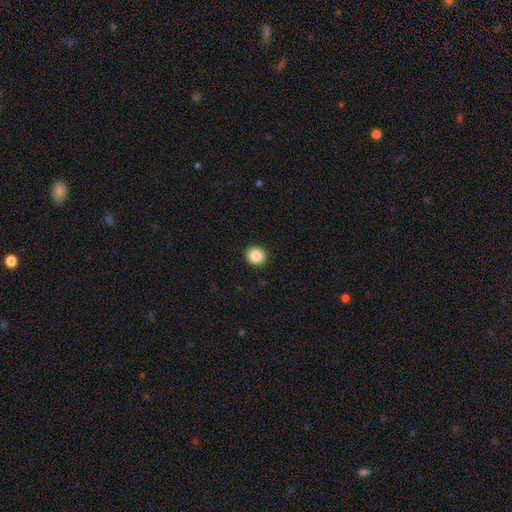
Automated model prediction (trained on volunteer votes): smooth 87%, star or artifact 9%, featured or disk 4%. Down the decision tree: how rounded — round (88%); merging — none (93%).